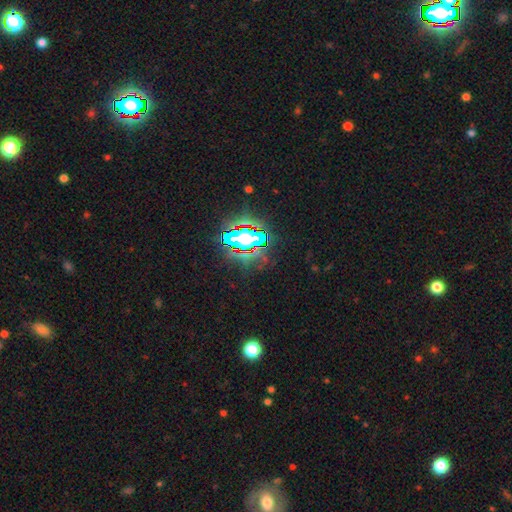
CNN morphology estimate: This appears to be a star or artifact, not a galaxy (82%).